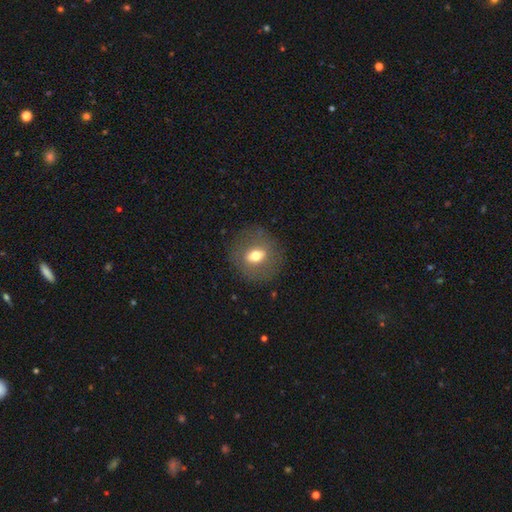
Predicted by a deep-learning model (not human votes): This appears to be a smooth galaxy with no disk features (55%) that is round (63%). Merging: none (82%).